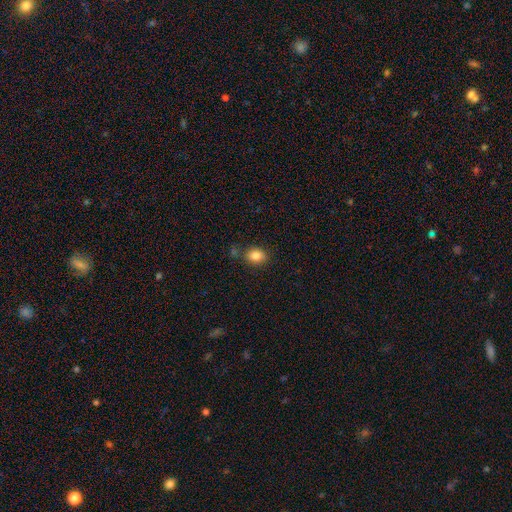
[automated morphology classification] Q: Smooth or featured?
A: smooth (84%); runner-up: star or artifact (9%)
Q: How rounded?
A: in between (63%); runner-up: round (36%)
Q: Merging?
A: none (75%); runner-up: minor disturbance (14%)